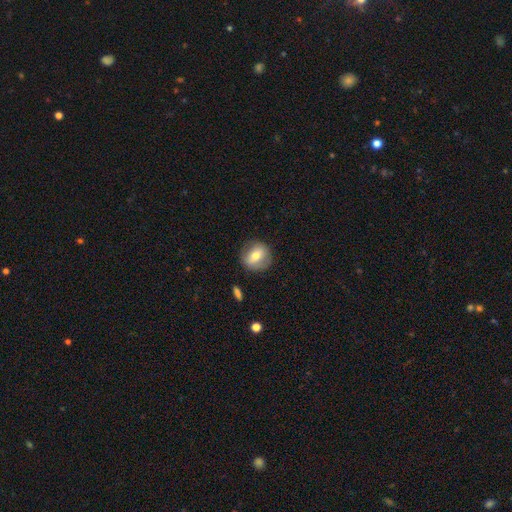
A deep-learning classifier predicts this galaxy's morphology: type=smooth (60%); roundness=round (80%); merging=none (83%).